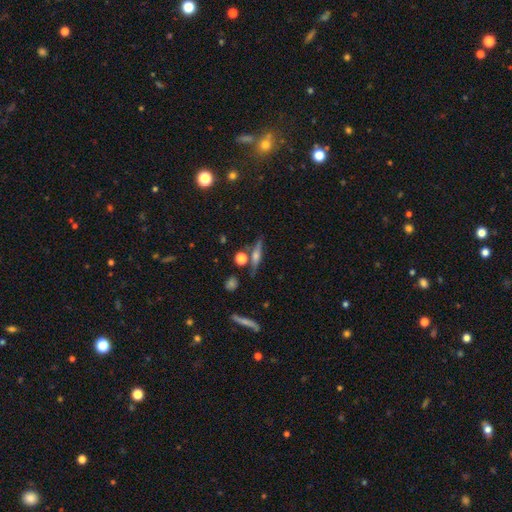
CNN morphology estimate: This is possibly a featured or disk galaxy (58%). It is clearly viewed edge-on (93%). Edge-on bulge: likely rounded (79%). Merging: likely none (75%).